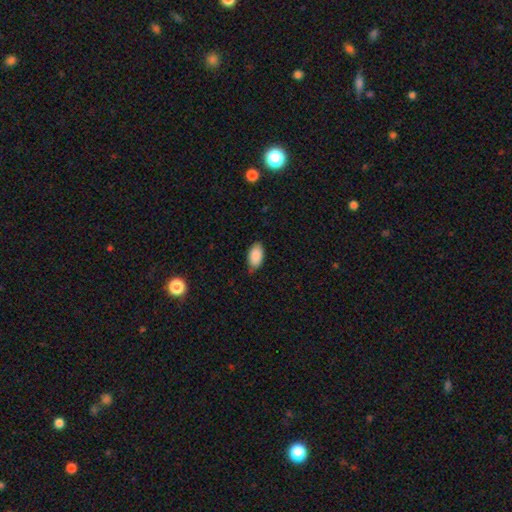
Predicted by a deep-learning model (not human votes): This appears to be a smooth galaxy with no disk features (89%) that is in between round and cigar-shaped (95%). Merging: none (76%).